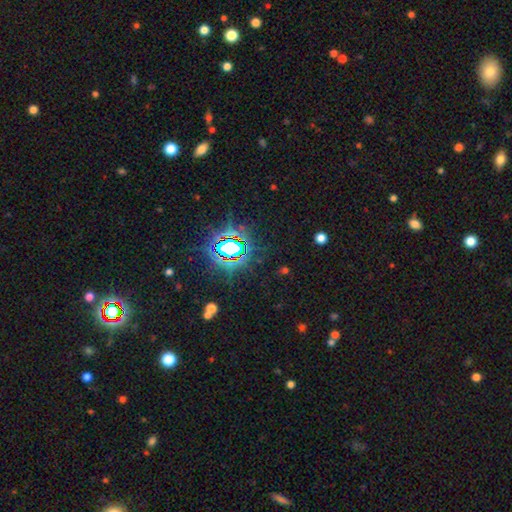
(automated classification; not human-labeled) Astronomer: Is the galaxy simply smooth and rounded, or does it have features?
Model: star or artifact — 81%.